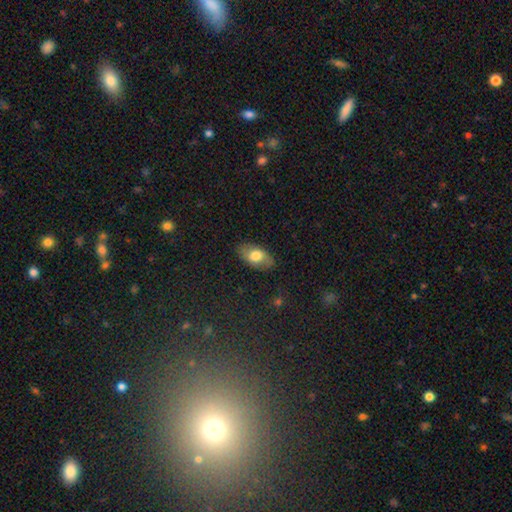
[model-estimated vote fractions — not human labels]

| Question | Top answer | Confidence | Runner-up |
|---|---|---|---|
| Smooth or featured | smooth | 68% | featured or disk (25%) |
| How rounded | in between | 91% | round (5%) |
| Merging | none | 83% | minor disturbance (13%) |